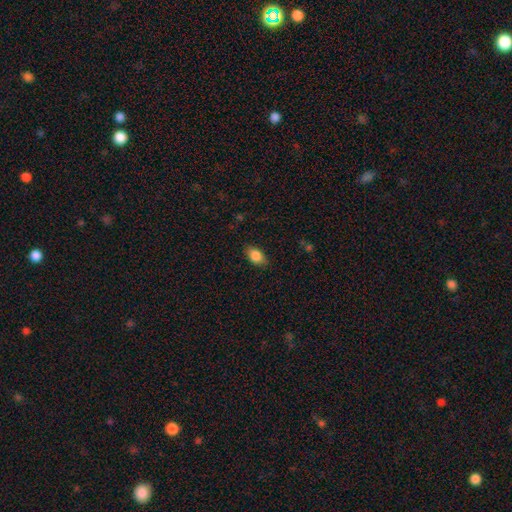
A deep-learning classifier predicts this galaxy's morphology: Smooth or featured? smooth (86%)
How rounded? in between (86%)
Merging? none (84%)